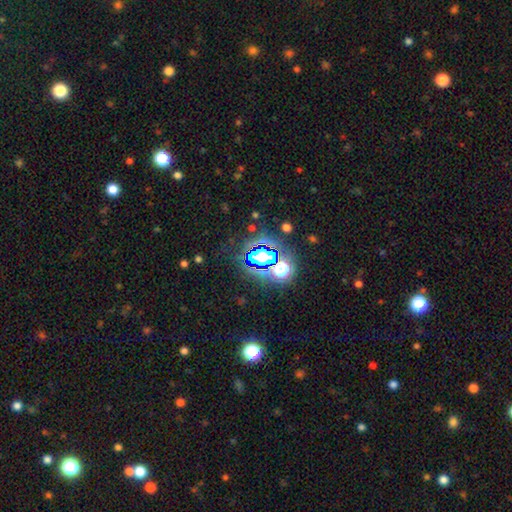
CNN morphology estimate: star or artifact 79%, smooth 13%, featured or disk 7%.